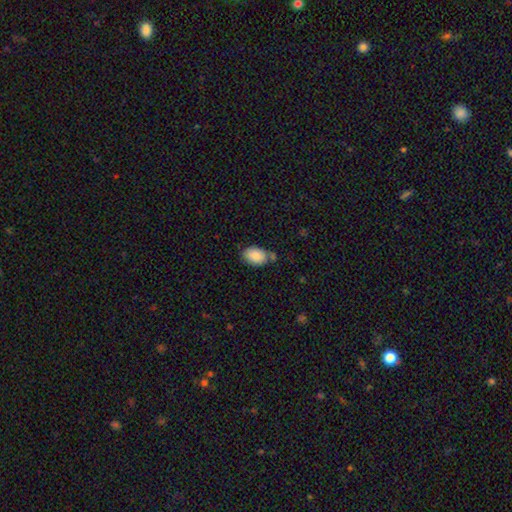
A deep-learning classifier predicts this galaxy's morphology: smooth_or_featured: smooth (p=0.87) [alt: star or artifact p=0.07]
how_rounded: in between (p=0.88) [alt: round p=0.11]
merging: none (p=0.64) [alt: minor disturbance p=0.21]